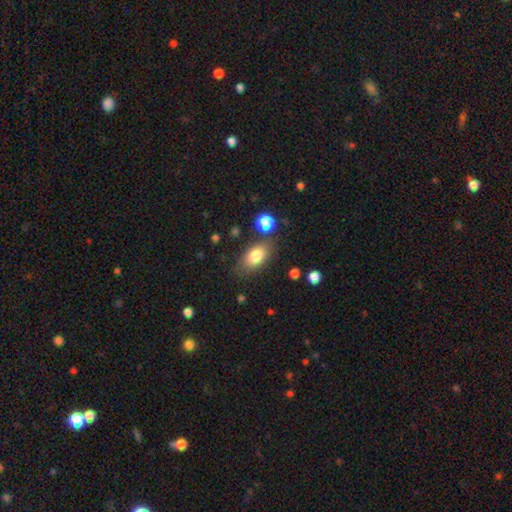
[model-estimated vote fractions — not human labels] Morphology: type=smooth (79%); roundness=in between (87%); merging=none (75%).